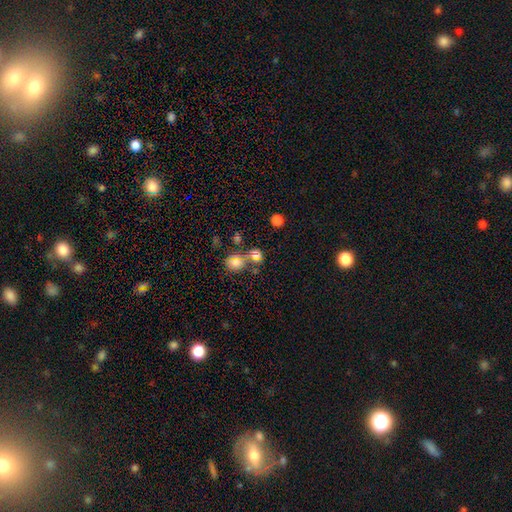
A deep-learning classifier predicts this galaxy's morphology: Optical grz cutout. It shows a smooth galaxy with no disk features (77%) that is round (76%). Merging: none (46%).